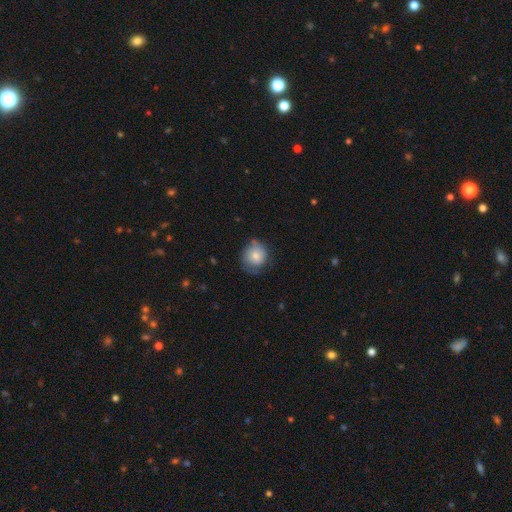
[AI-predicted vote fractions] This appears to be a smooth galaxy with no disk features (74%) that is round (84%). Merging: none (59%).